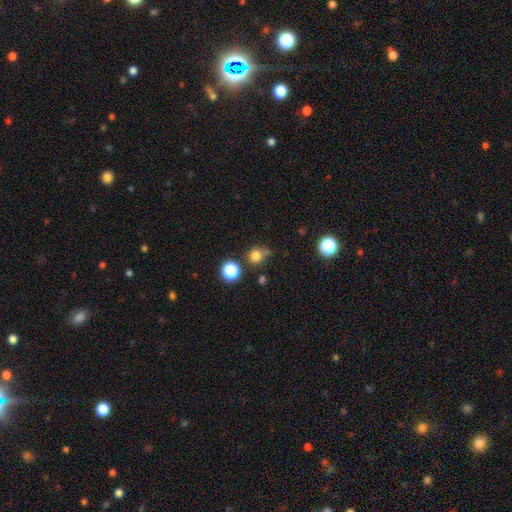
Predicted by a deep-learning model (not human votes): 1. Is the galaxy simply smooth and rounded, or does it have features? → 77% smooth, 16% star or artifact, 7% featured or disk.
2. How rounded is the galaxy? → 84% round, 15% in between, 1% cigar-shaped.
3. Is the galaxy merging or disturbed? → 57% none, 22% minor disturbance, 12% merger, 8% major disturbance.